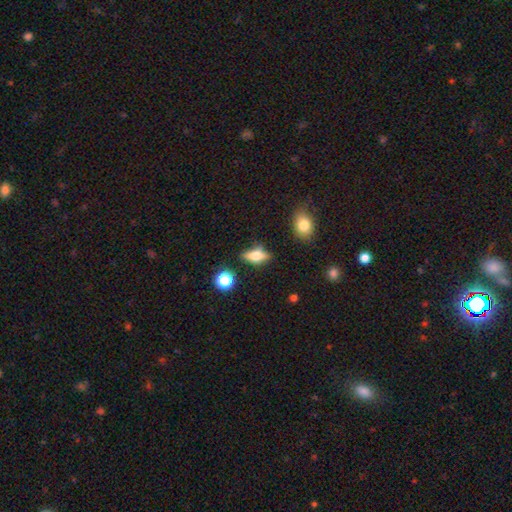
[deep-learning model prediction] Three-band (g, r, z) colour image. It shows a smooth galaxy with no disk features (52%) that is in between round and cigar-shaped (68%). Merging: none (73%).